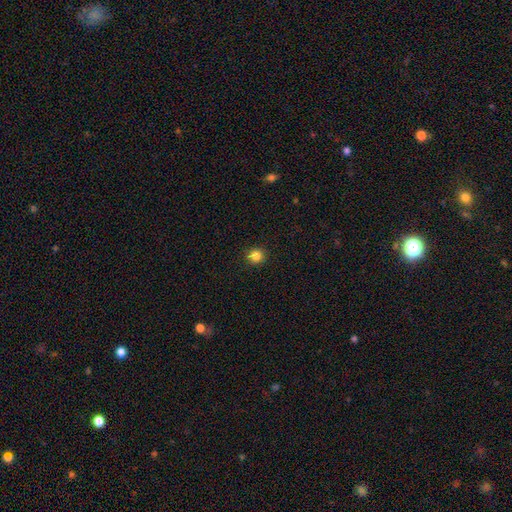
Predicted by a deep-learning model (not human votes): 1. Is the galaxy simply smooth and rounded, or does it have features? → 83% smooth, 12% star or artifact, 4% featured or disk.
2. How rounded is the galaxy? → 91% round, 8% in between, 1% cigar-shaped.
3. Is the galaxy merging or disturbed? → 91% none, 6% minor disturbance, 2% major disturbance, 1% merger.